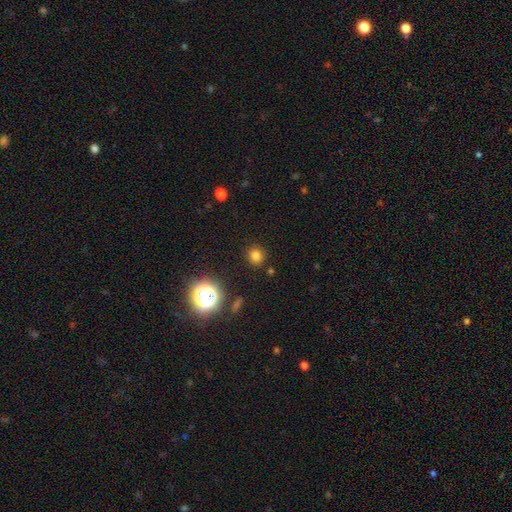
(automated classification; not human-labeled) This appears to be a smooth galaxy with no disk features (77%) that is round (84%). Merging: none (89%).